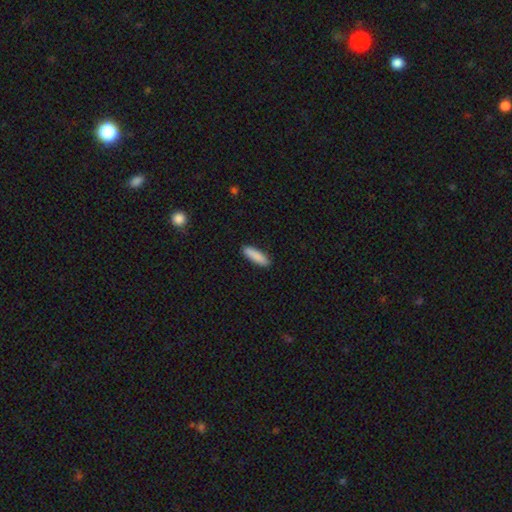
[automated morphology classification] This is clearly a smooth galaxy (89%). How rounded: likely cigar-shaped (71%). Merging: clearly none (90%).